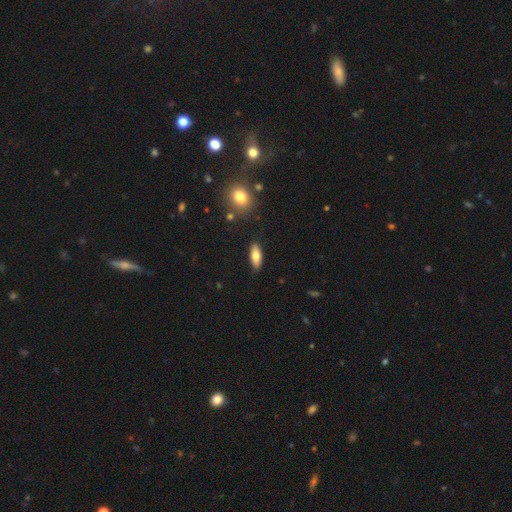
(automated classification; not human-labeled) Smooth or featured?
  - smooth: 76% *
  - featured or disk: 17%
  - star or artifact: 6%
How rounded?
  - in between: 75% *
  - cigar-shaped: 23%
  - round: 2%
Merging?
  - none: 86% *
  - minor disturbance: 10%
  - major disturbance: 2%
  - merger: 2%